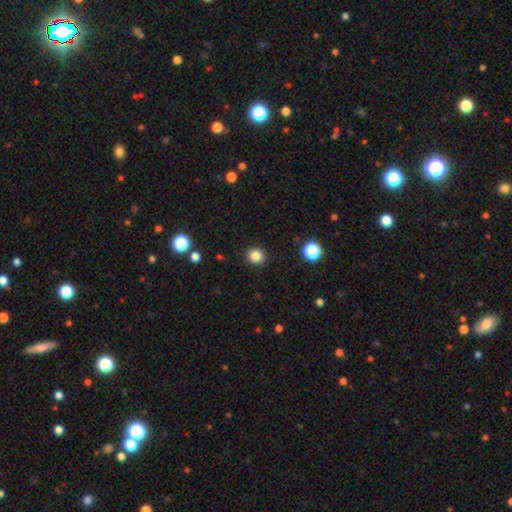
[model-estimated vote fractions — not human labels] A smooth galaxy with no disk features (84%) that is round (89%).

Vote fractions:
- Smooth or featured? smooth: 84% / star or artifact: 12% / featured or disk: 4%
- How rounded? round: 89% / in between: 10% / cigar-shaped: 1%
- Merging? none: 92% / minor disturbance: 5% / major disturbance: 2% / merger: 1%